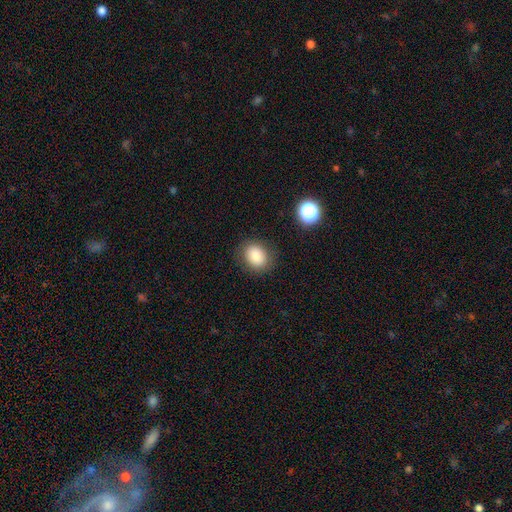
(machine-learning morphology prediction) This is clearly a smooth galaxy (83%). How rounded: possibly in between (51%). Merging: clearly none (85%).